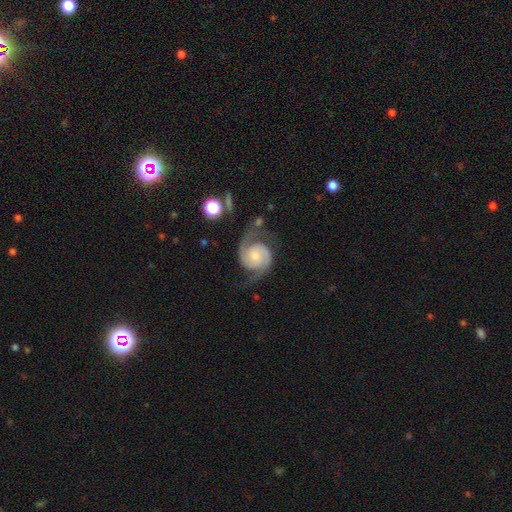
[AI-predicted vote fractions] smooth_or_featured: featured or disk (p=0.90) [alt: smooth p=0.05]
disk_edge_on: no (p=0.98) [alt: yes p=0.02]
bar: no (p=0.70) [alt: weak p=0.25]
has_spiral_arms: yes (p=0.98) [alt: no p=0.02]
spiral_winding: medium (p=0.53) [alt: tight p=0.29]
spiral_arm_count: 2 (p=0.94) [alt: can't tell p=0.02]
bulge_size: small (p=0.48) [alt: moderate p=0.37]
merging: none (p=0.73) [alt: minor disturbance p=0.16]